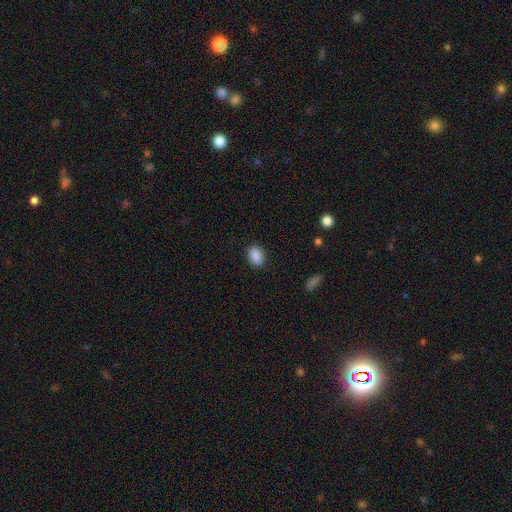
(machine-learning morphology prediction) A smooth galaxy with no disk features (89%) that is in between round and cigar-shaped (78%). Merging: none (88%).